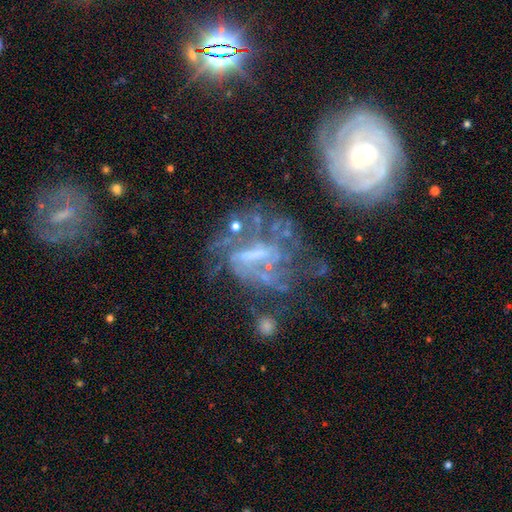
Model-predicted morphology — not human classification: A featured or disk galaxy (73%) with a strong bar (36%, tied with weak), spiral arms (60%) and no central bulge (44%). Merging: none (37%).